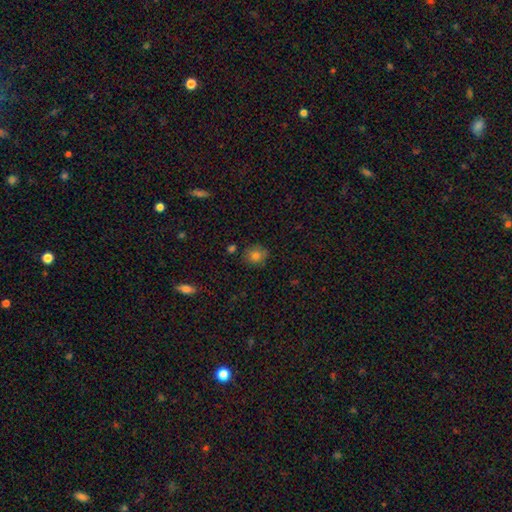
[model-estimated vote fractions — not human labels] A smooth galaxy with no disk features (79%) that is round (80%).

Vote fractions:
- Smooth or featured? smooth: 79% / star or artifact: 12% / featured or disk: 9%
- How rounded? round: 80% / in between: 19% / cigar-shaped: 1%
- Merging? none: 79% / minor disturbance: 14% / merger: 3% / major disturbance: 3%